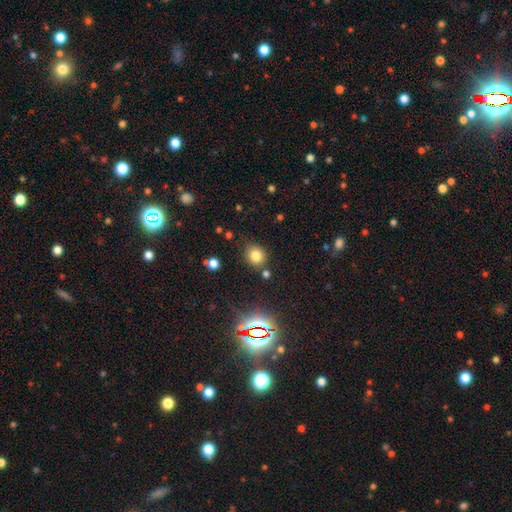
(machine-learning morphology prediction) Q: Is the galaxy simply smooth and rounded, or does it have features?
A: smooth — 77%.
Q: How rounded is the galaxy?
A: round — 77%.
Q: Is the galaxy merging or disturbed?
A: none — 79%.